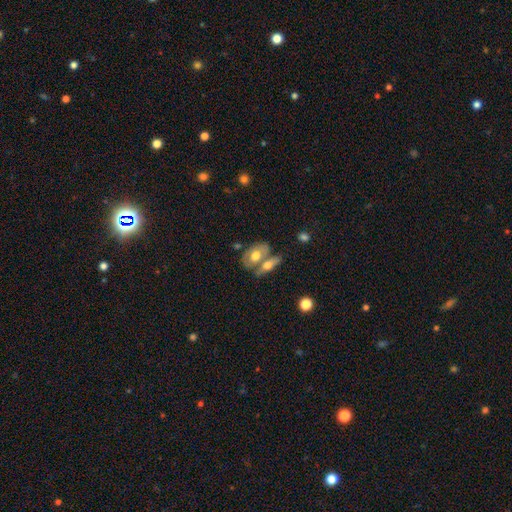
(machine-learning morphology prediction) type=featured or disk (49%); merging=merger (49%).